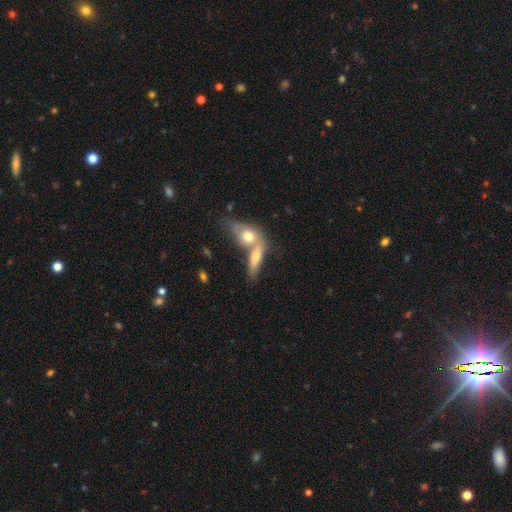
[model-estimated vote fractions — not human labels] The model was most divided on "smooth or featured": smooth: 55%, featured or disk: 37%, star or artifact: 8%. More confident: merging — merger (63%); how rounded — in between (55%).